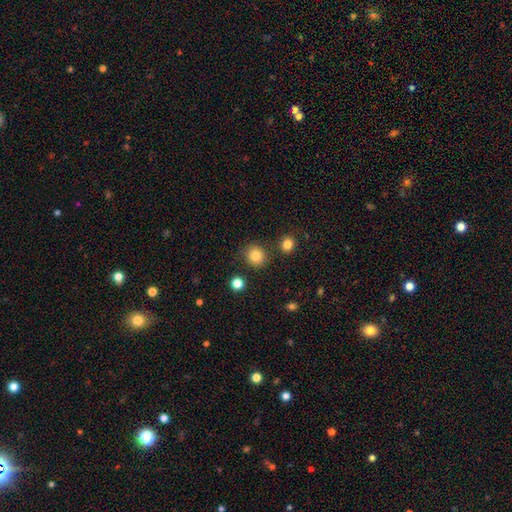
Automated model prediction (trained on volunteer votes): Smooth or featured: smooth — 83% (star or artifact — 11%)
How rounded: round — 86% (in between — 13%)
Merging: none — 83% (minor disturbance — 9%)